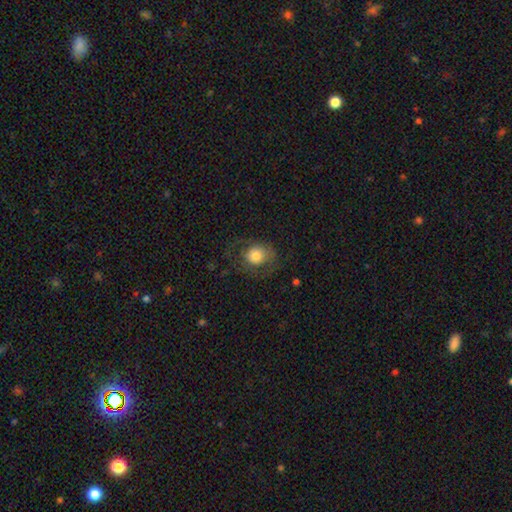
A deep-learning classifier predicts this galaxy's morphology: Smooth or featured: smooth — 69% (featured or disk — 23%)
How rounded: round — 68% (in between — 31%)
Merging: none — 59% (major disturbance — 21%)